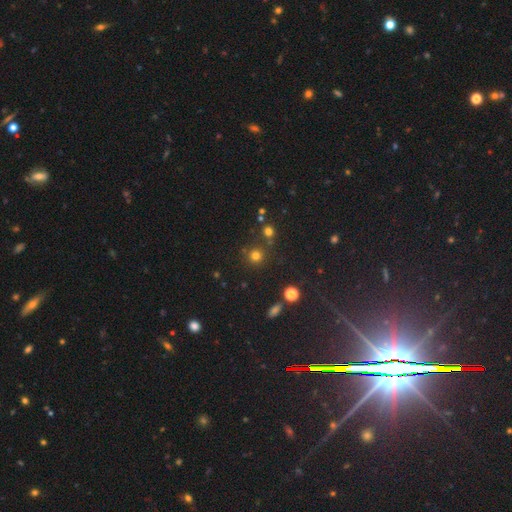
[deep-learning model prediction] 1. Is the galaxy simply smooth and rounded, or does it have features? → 73% smooth, 21% star or artifact, 7% featured or disk.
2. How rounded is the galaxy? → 93% round, 6% in between, 1% cigar-shaped.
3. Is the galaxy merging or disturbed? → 79% none, 10% merger, 8% minor disturbance, 3% major disturbance.